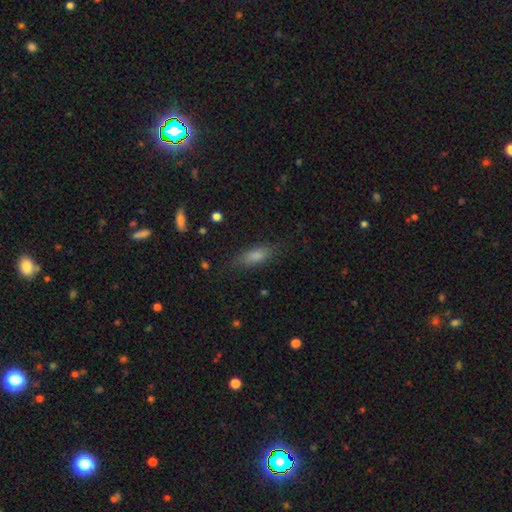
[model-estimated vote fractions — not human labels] smooth_or_featured: smooth (p=0.82) [alt: featured or disk p=0.10]
how_rounded: in between (p=0.69) [alt: cigar-shaped p=0.28]
merging: none (p=0.78) [alt: minor disturbance p=0.16]